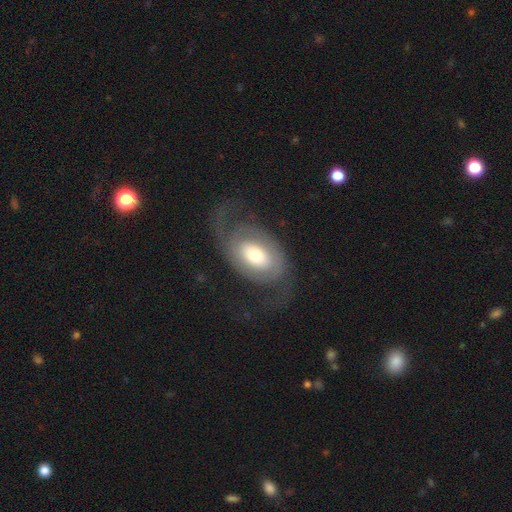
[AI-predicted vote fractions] Q: Smooth or featured?
A: featured or disk (70%); runner-up: smooth (25%)
Q: Edge-on disk?
A: no (95%); runner-up: yes (5%)
Q: Bar?
A: no (62%); runner-up: weak (26%)
Q: Spiral arms?
A: yes (78%); runner-up: no (22%)
Q: Spiral winding?
A: medium (37%); runner-up: loose (32%)
Q: Spiral arm count?
A: 2 (77%); runner-up: can't tell (11%)
Q: Bulge size?
A: moderate (58%); runner-up: large (24%)
Q: Merging?
A: none (60%); runner-up: major disturbance (23%)